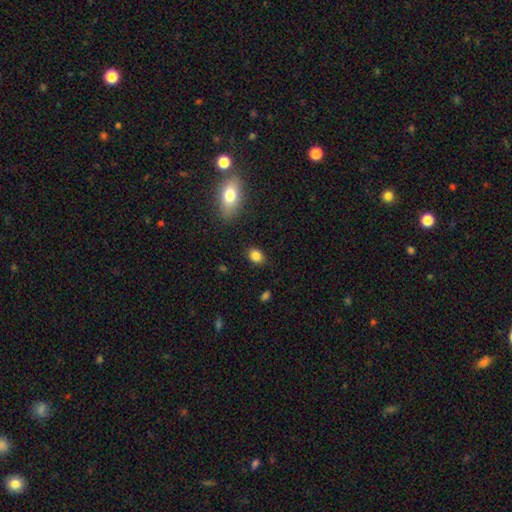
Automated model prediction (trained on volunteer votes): Smooth or featured?
  - smooth: 85% *
  - star or artifact: 10%
  - featured or disk: 5%
How rounded?
  - in between: 64% *
  - round: 35%
  - cigar-shaped: 1%
Merging?
  - none: 87% *
  - minor disturbance: 9%
  - major disturbance: 3%
  - merger: 1%